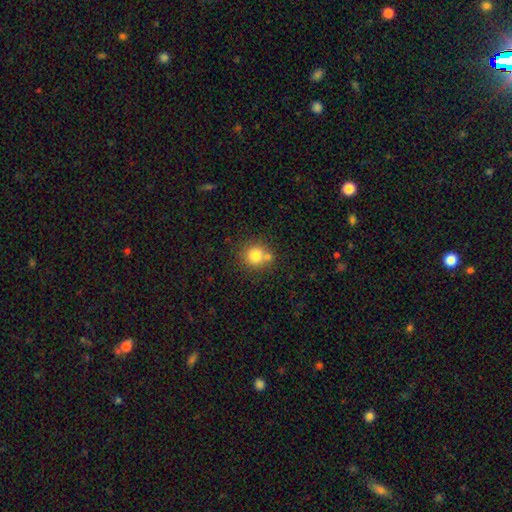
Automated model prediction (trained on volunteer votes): Smooth or featured: smooth — 79% (star or artifact — 12%)
How rounded: round — 90% (in between — 9%)
Merging: none — 66% (merger — 21%)